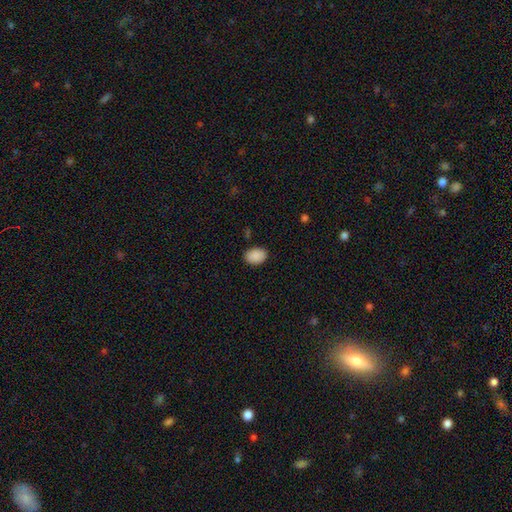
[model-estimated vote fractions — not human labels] Q: Smooth or featured?
A: smooth (90%); runner-up: star or artifact (7%)
Q: How rounded?
A: in between (81%); runner-up: round (19%)
Q: Merging?
A: none (87%); runner-up: minor disturbance (10%)